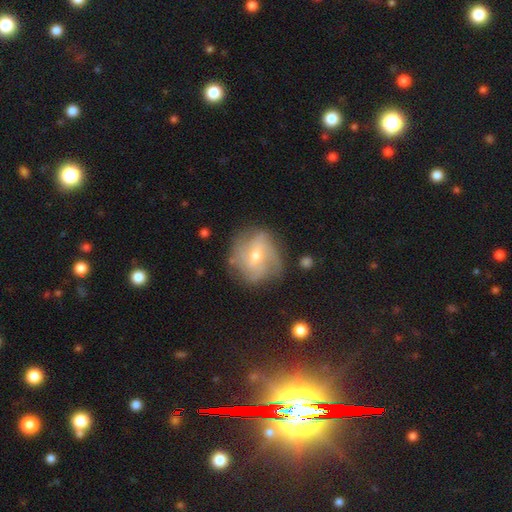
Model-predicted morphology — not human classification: Smooth or featured? featured or disk (70%)
Edge-on disk? no (96%)
Bar? no (54%)
Spiral arms? yes (85%)
Spiral winding? medium (40%)
Spiral arm count? can't tell (33%)
Bulge size? moderate (53%)
Merging? none (69%)